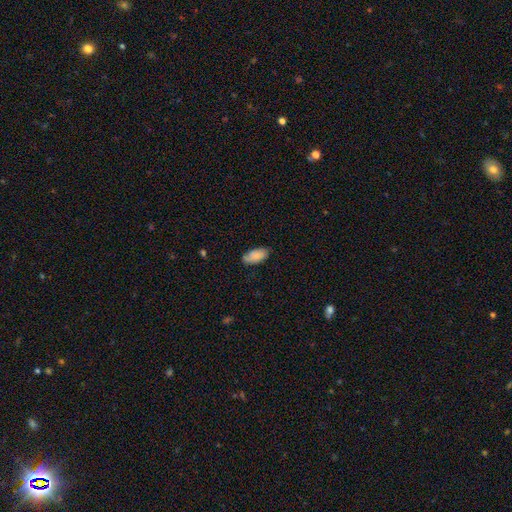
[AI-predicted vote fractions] Smooth or featured? smooth (80%)
How rounded? in between (91%)
Merging? none (74%)